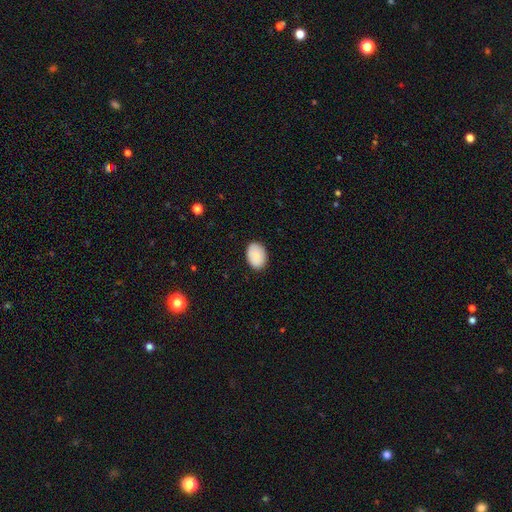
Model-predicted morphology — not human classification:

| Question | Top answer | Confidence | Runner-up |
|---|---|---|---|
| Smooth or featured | smooth | 88% | star or artifact (6%) |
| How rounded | in between | 81% | round (18%) |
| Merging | none | 87% | minor disturbance (10%) |